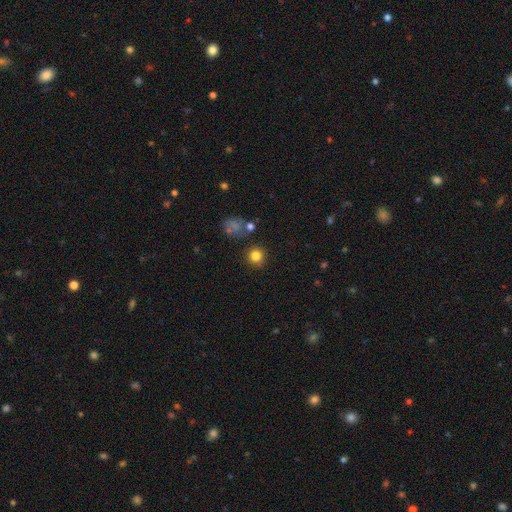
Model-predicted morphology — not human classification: Overall: smooth (81%). How rounded: round (91%). Merging: none (84%).